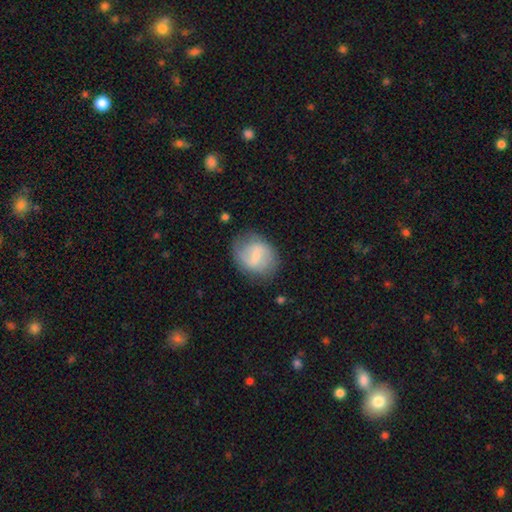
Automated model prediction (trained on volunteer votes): Smooth or featured: featured or disk — 54% (smooth — 39%)
Edge-on disk: no — 97% (yes — 3%)
Bar: weak — 59% (no — 21%)
Spiral arms: yes — 79% (no — 21%)
Bulge size: small — 62% (moderate — 27%)
Merging: none — 71% (minor disturbance — 20%)